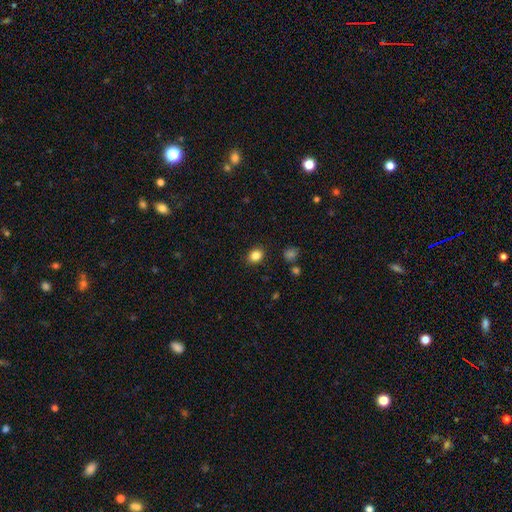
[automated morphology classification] Smooth or featured? Predicted: smooth (p=0.84). How rounded? Predicted: round (p=0.55). Merging? Predicted: none (p=0.88).